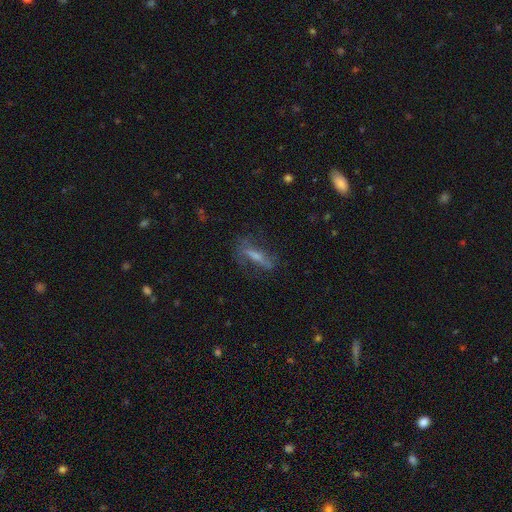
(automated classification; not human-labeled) Q: Smooth or featured?
A: featured or disk (50%); runner-up: smooth (35%)
Q: Merging?
A: none (63%); runner-up: minor disturbance (19%)